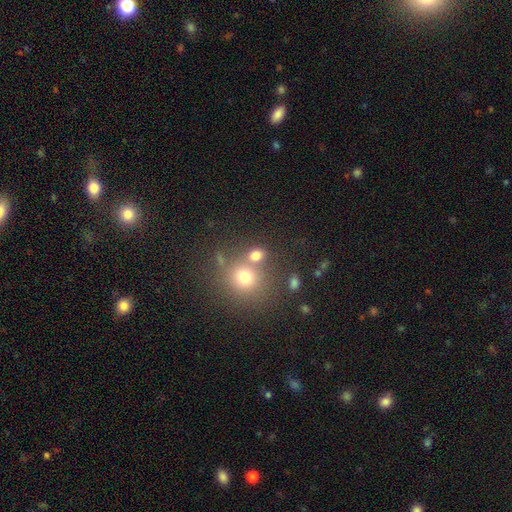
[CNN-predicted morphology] Smooth or featured?
  - smooth: 73% *
  - star or artifact: 16%
  - featured or disk: 11%
How rounded?
  - round: 69% *
  - in between: 29%
  - cigar-shaped: 1%
Merging?
  - none: 52% *
  - merger: 33%
  - minor disturbance: 9%
  - major disturbance: 5%